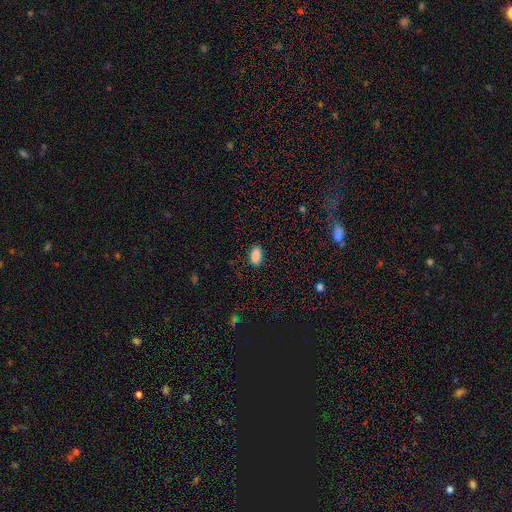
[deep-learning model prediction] smooth 89%, star or artifact 8%, featured or disk 3%. Down the decision tree: how rounded — in between (92%); merging — none (87%).